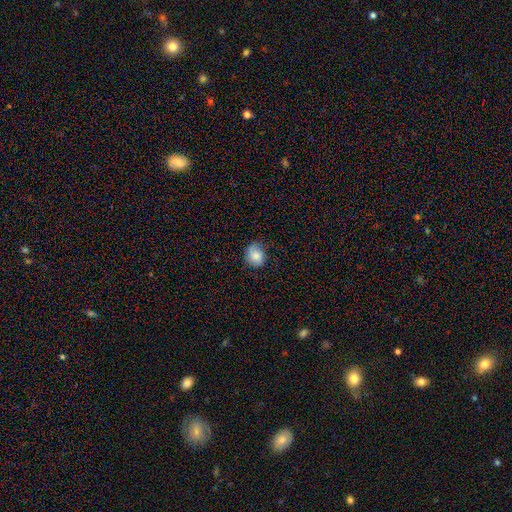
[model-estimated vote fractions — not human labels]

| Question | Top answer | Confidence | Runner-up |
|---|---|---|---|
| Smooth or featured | smooth | 78% | featured or disk (14%) |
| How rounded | round | 62% | in between (37%) |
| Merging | none | 71% | minor disturbance (22%) |